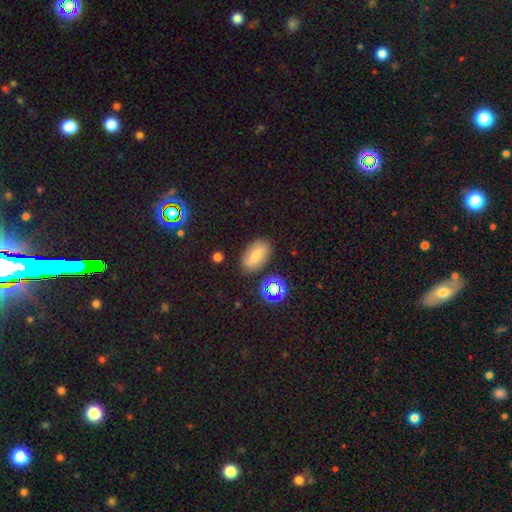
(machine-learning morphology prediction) Smooth or featured? smooth (62%)
How rounded? in between (88%)
Merging? none (80%)